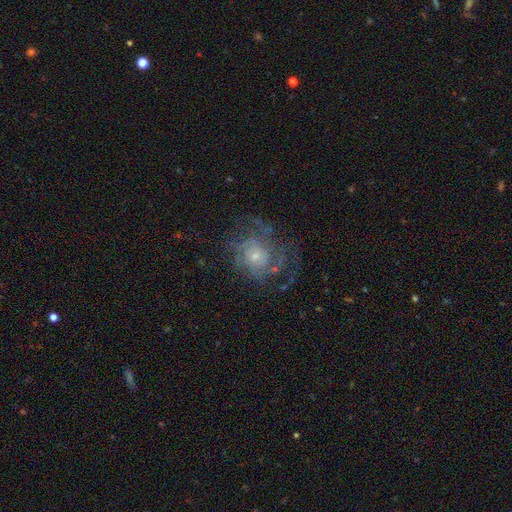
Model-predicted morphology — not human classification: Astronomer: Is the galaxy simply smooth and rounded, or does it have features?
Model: featured or disk — 71%.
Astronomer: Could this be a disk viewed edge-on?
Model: no — 97%.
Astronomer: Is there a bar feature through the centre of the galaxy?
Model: no — 80%.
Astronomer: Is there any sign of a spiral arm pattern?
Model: yes — 79%.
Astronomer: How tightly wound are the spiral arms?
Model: tight — 49% (runner-up: medium, 35%).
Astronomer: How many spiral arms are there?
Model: can't tell — 48%.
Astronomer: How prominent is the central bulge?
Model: small — 61%.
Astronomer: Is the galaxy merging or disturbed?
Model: none — 58%.